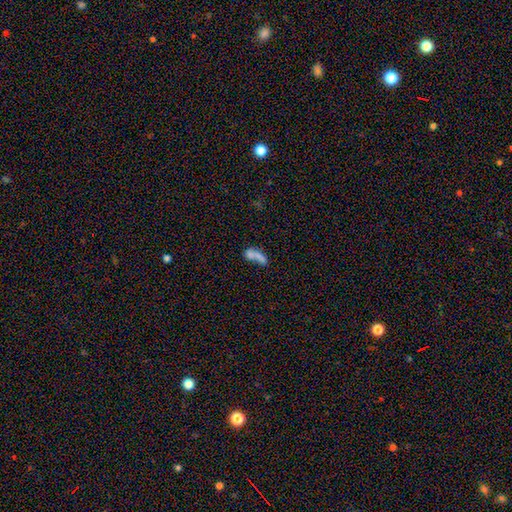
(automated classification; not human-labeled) smooth 65%, featured or disk 22%, star or artifact 13%. Down the decision tree: how rounded — in between (67%); merging — merger (54%).